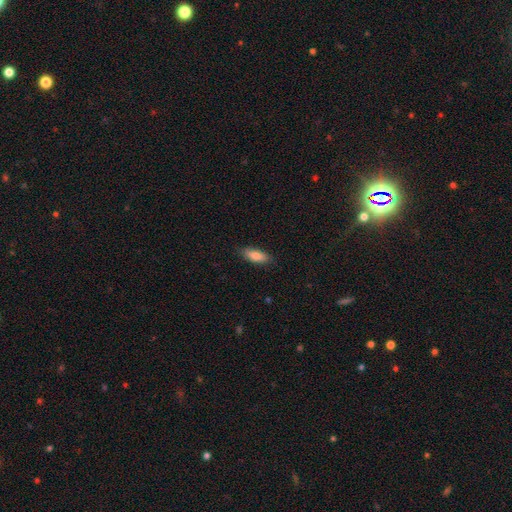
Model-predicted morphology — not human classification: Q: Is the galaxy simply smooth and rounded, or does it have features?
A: smooth — 84%.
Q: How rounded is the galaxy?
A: in between — 74%.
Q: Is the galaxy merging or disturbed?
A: none — 84%.